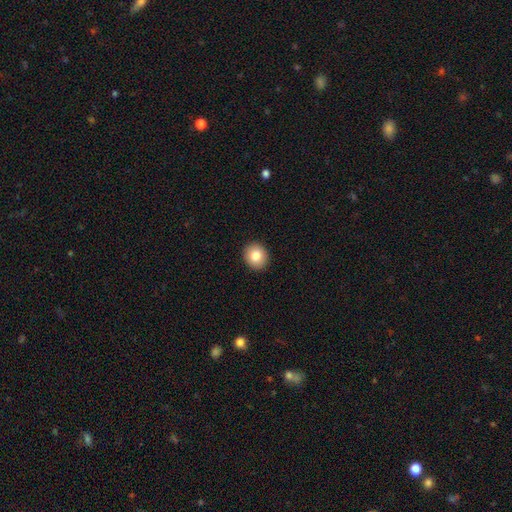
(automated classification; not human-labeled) This is clearly a smooth galaxy (81%). How rounded: likely round (78%). Merging: clearly none (92%).